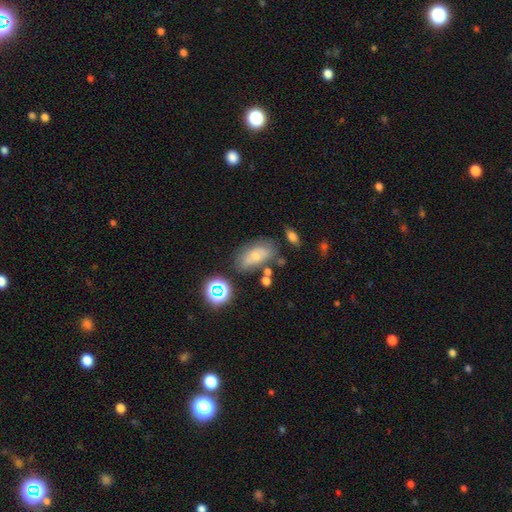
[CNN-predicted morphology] Q: Smooth or featured?
A: smooth (59%); runner-up: featured or disk (27%)
Q: How rounded?
A: in between (87%); runner-up: round (9%)
Q: Merging?
A: none (55%); runner-up: minor disturbance (25%)